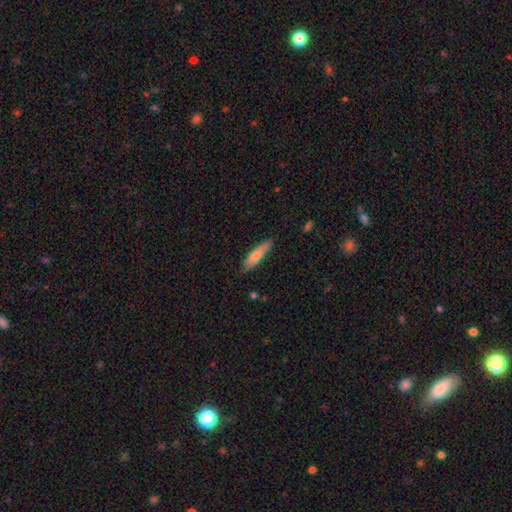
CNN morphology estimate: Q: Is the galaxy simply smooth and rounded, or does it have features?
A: smooth — 74%.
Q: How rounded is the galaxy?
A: cigar-shaped — 74%.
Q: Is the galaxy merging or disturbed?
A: none — 79%.